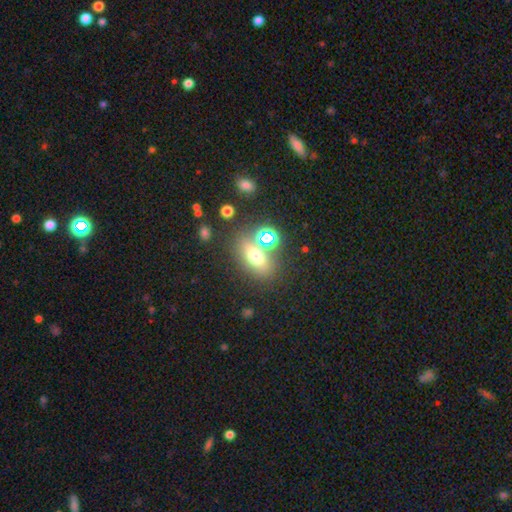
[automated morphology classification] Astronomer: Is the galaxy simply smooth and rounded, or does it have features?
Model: smooth — 59%.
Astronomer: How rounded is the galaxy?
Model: in between — 63%.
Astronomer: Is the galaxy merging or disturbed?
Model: none — 68%.